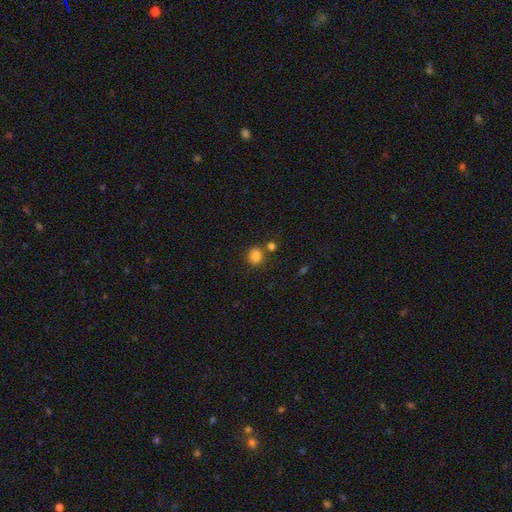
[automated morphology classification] Q: Smooth or featured?
A: smooth (84%); runner-up: star or artifact (11%)
Q: How rounded?
A: round (75%); runner-up: in between (24%)
Q: Merging?
A: none (74%); runner-up: merger (13%)